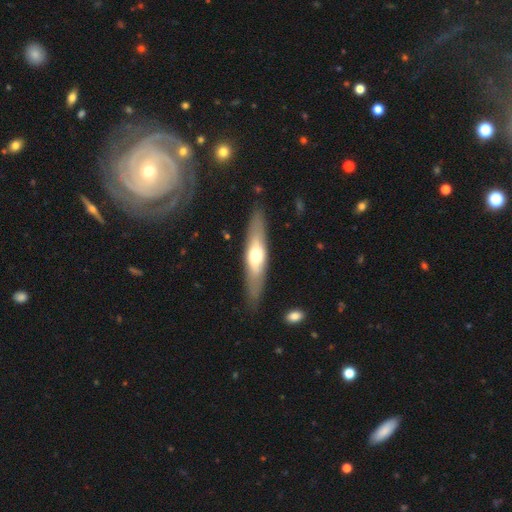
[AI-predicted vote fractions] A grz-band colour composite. It shows a featured or disk galaxy (50%). Merging: none (85%).